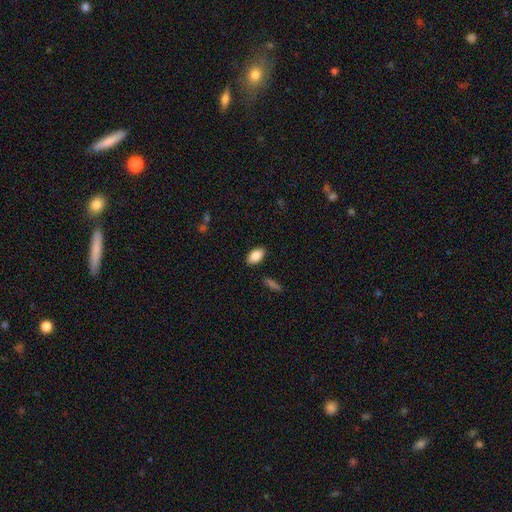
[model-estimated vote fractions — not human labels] Smooth or featured? smooth (85%)
How rounded? in between (92%)
Merging? none (87%)